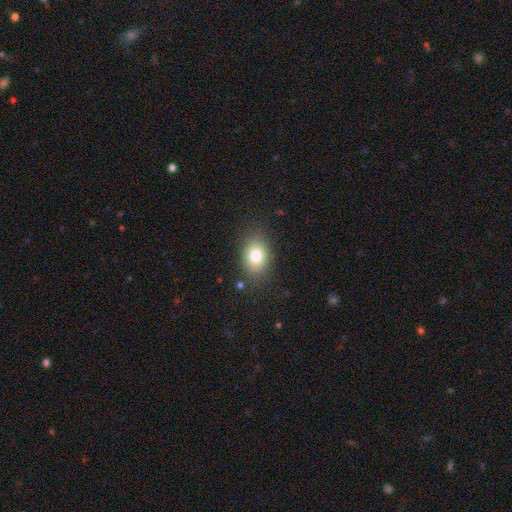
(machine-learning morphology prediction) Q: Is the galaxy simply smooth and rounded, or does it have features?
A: smooth — 79%.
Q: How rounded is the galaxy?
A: in between — 73%.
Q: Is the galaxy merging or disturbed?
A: none — 83%.